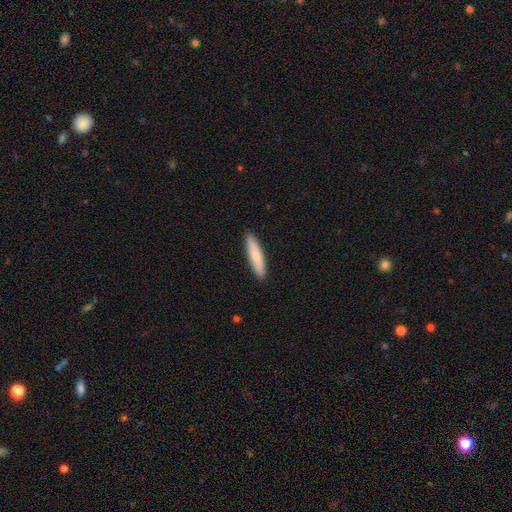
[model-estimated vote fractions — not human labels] smooth_or_featured: smooth (p=0.76) [alt: featured or disk p=0.19]
how_rounded: cigar-shaped (p=0.84) [alt: in between p=0.14]
merging: none (p=0.91) [alt: minor disturbance p=0.07]